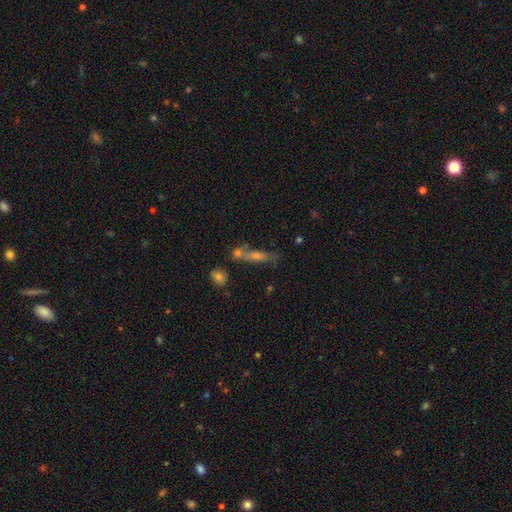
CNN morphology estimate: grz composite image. It shows a smooth galaxy with no disk features (41%, tied with featured or disk). Merging: none (57%).